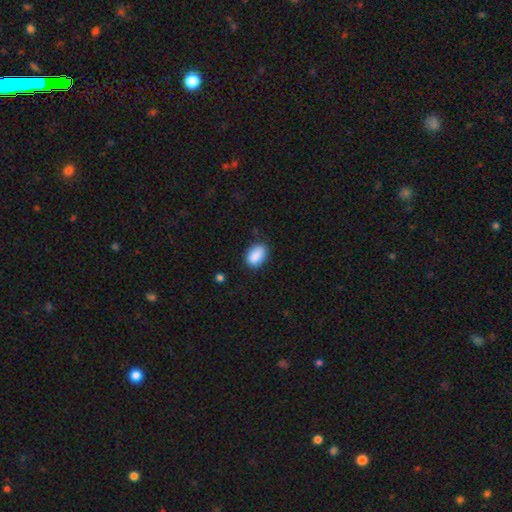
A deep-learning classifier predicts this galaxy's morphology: smooth 89%, star or artifact 7%, featured or disk 4%. Down the decision tree: how rounded — in between (88%); merging — none (80%).